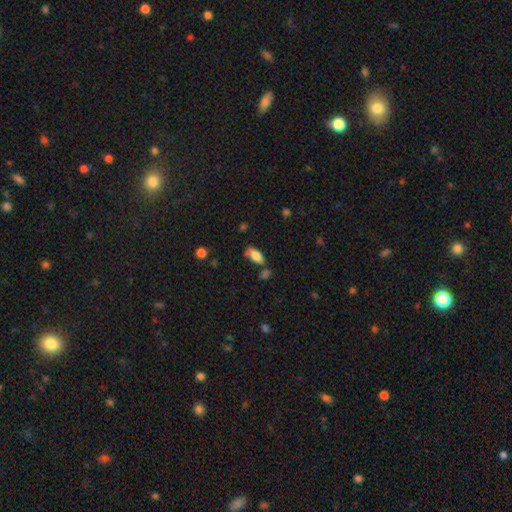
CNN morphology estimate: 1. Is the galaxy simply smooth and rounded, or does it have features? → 78% smooth, 15% featured or disk, 8% star or artifact.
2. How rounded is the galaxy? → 86% in between, 11% cigar-shaped, 3% round.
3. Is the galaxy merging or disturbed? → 64% none, 21% minor disturbance, 10% merger, 6% major disturbance.